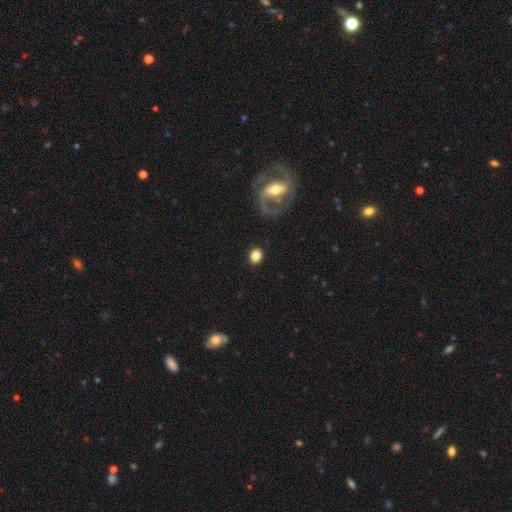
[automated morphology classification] Smooth or featured: smooth — 79% (featured or disk — 12%)
How rounded: round — 73% (in between — 26%)
Merging: none — 88% (minor disturbance — 7%)